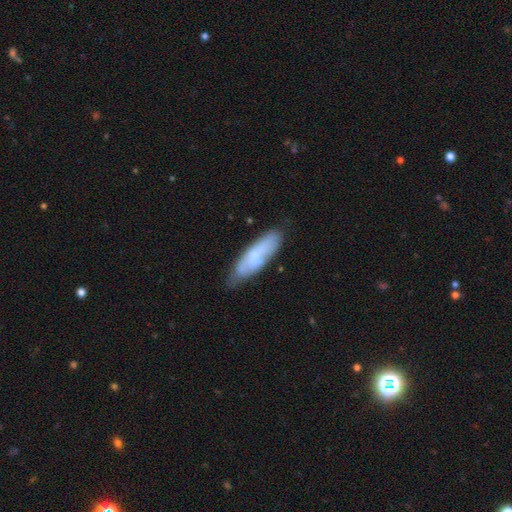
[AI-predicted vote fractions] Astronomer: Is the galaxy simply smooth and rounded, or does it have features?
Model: smooth — 62%.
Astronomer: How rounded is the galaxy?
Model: cigar-shaped — 53% (runner-up: in between, 46%).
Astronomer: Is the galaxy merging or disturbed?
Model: none — 67%.